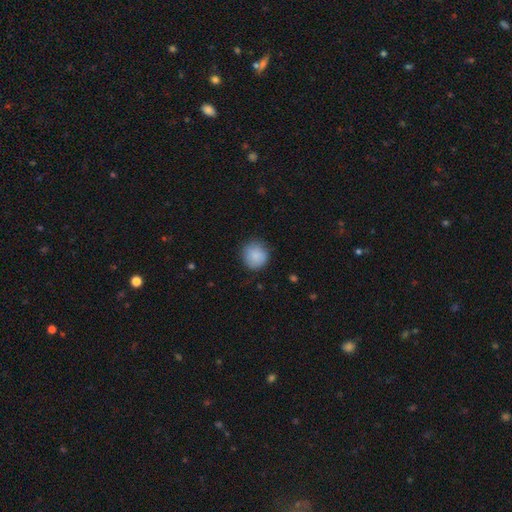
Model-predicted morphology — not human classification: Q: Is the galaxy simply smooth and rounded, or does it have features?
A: smooth — 88%.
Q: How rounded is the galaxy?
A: round — 91%.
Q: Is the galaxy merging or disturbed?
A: none — 83%.